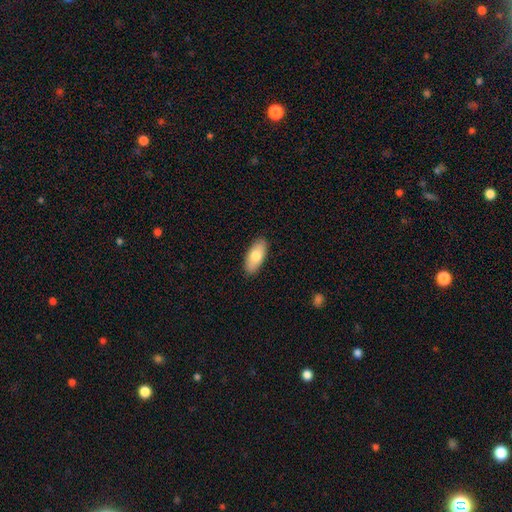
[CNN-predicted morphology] Smooth or featured? Predicted: smooth (p=0.78). How rounded? Predicted: in between (p=0.88). Merging? Predicted: none (p=0.88).